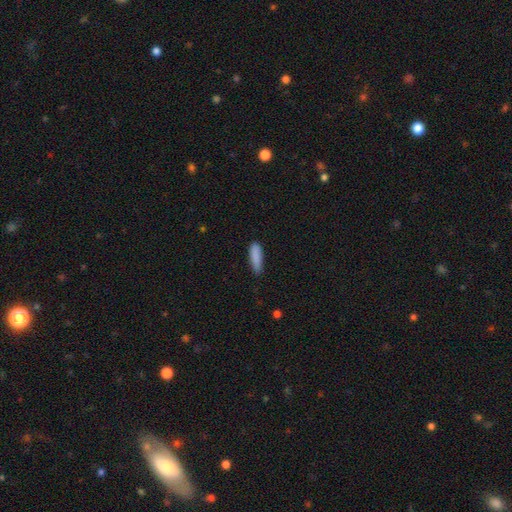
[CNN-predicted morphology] type=smooth (87%); roundness=cigar-shaped (61%); merging=none (71%).